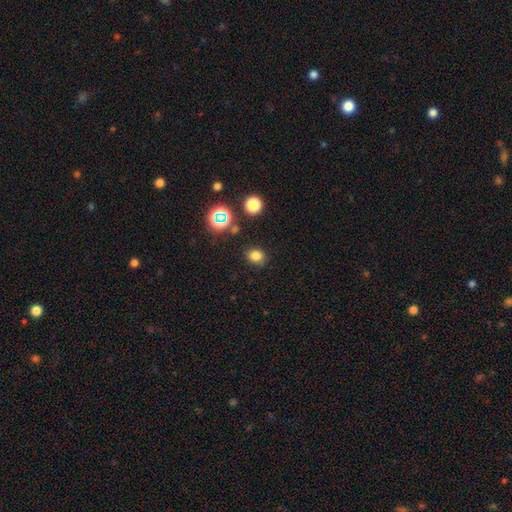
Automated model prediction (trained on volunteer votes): Smooth or featured? Predicted: smooth (p=0.77). How rounded? Predicted: round (p=0.63). Merging? Predicted: none (p=0.83).